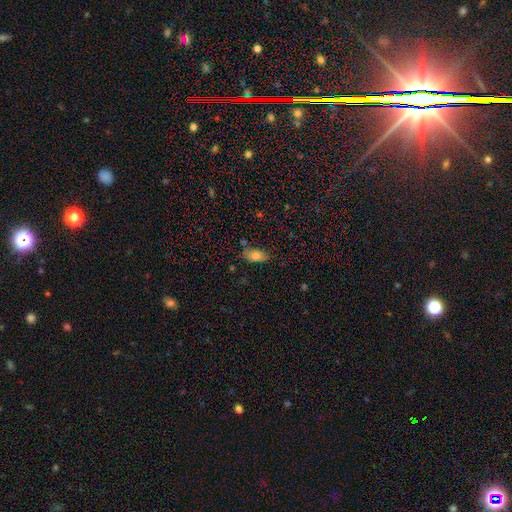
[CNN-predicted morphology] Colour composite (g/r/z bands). It shows a smooth galaxy with no disk features (77%) that is in between round and cigar-shaped (88%). Merging: none (70%).